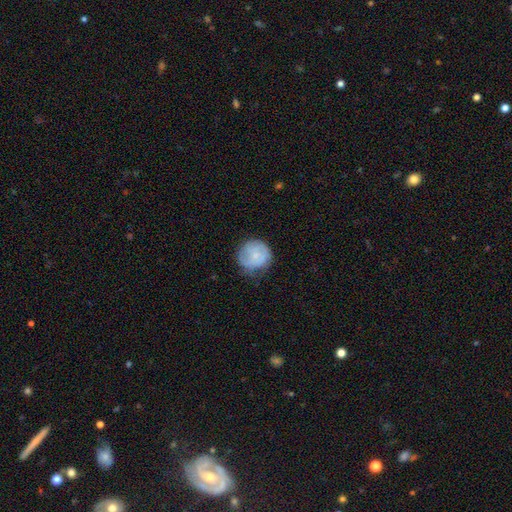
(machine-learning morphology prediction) Smooth or featured? smooth (55%)
How rounded? round (91%)
Merging? none (66%)